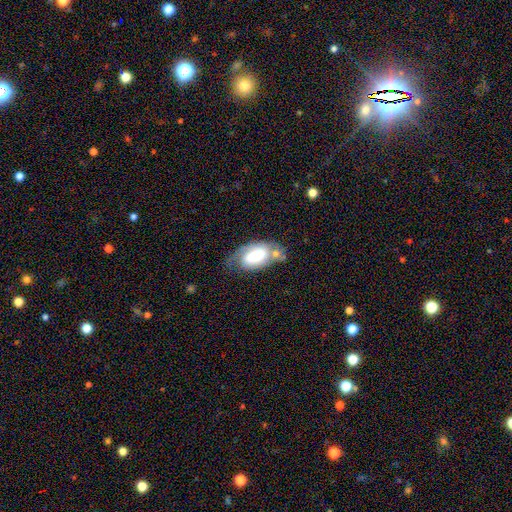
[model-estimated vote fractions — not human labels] smooth-or-featured: featured or disk: 48% | smooth: 45% | star or artifact: 7%
  merging: none: 39% | minor disturbance: 27% | merger: 19% | major disturbance: 16%